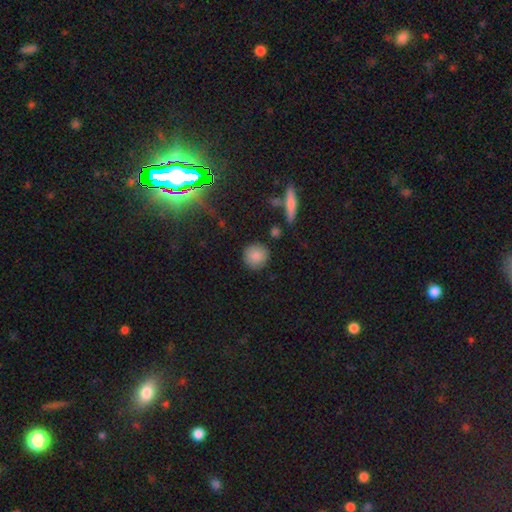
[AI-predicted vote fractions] smooth_or_featured: smooth (p=0.85) [alt: star or artifact p=0.08]
how_rounded: round (p=0.90) [alt: in between p=0.08]
merging: none (p=0.86) [alt: minor disturbance p=0.08]